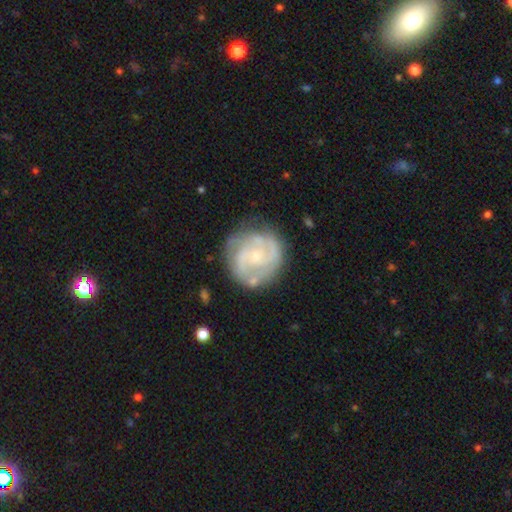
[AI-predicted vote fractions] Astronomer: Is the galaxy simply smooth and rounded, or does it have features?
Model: featured or disk — 79%.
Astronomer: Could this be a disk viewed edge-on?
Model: no — 98%.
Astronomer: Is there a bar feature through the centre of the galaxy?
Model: no — 68%.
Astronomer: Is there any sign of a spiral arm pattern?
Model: yes — 90%.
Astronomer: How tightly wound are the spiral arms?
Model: tight — 51% (runner-up: medium, 38%).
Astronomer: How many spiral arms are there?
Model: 2 — 47%.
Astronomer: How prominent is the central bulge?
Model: small — 67%.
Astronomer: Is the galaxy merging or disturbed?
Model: none — 72%.